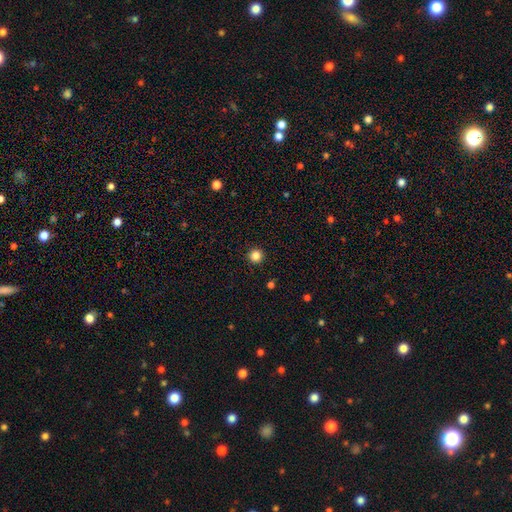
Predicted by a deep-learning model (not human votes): Smooth or featured? Predicted: smooth (p=0.85). How rounded? Predicted: round (p=0.96). Merging? Predicted: none (p=0.93).